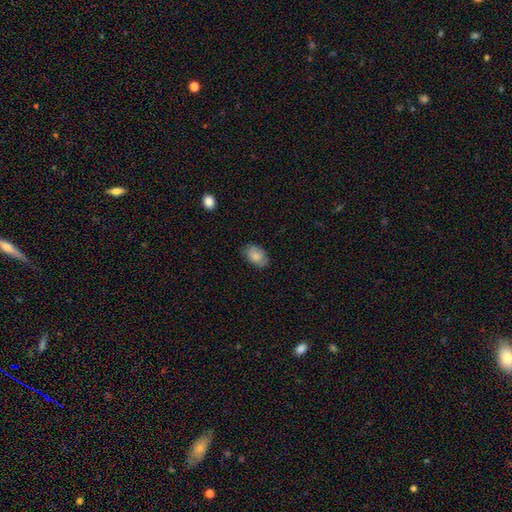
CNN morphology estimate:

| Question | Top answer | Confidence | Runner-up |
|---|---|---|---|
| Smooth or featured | smooth | 78% | featured or disk (14%) |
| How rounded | in between | 86% | round (13%) |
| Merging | none | 76% | minor disturbance (19%) |